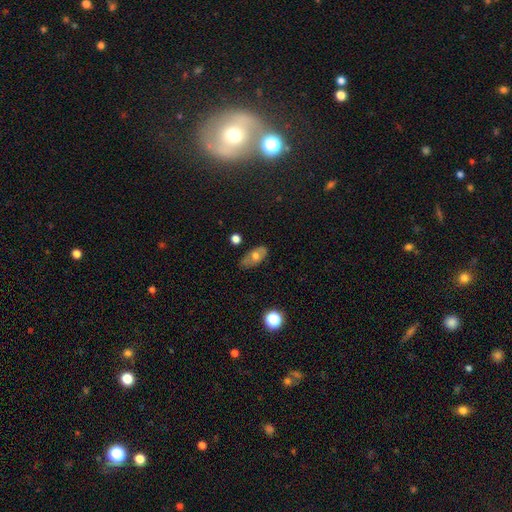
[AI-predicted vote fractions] This is possibly a smooth galaxy (54%). How rounded: clearly in between (87%). Merging: likely none (74%).